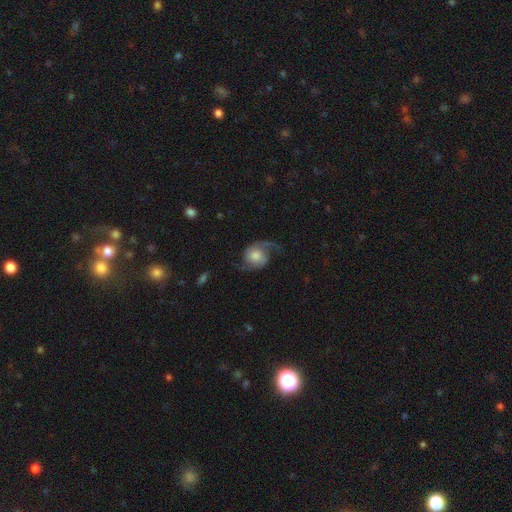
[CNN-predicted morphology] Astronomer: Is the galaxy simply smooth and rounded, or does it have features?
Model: featured or disk — 81%.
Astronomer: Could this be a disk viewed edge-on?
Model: no — 98%.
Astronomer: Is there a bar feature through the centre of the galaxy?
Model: no — 72%.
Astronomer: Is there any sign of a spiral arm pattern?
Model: yes — 96%.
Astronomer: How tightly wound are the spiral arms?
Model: loose — 57% (runner-up: medium, 33%).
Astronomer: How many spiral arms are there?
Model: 2 — 91%.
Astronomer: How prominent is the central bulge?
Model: moderate — 33% (runner-up: large, 30%).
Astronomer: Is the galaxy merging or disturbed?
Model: none — 68%.